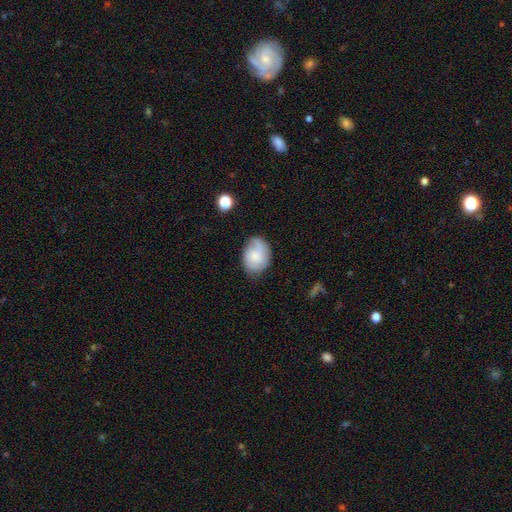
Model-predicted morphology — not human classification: smooth_or_featured: smooth (p=0.47) [alt: featured or disk p=0.45]
merging: none (p=0.65) [alt: minor disturbance p=0.25]